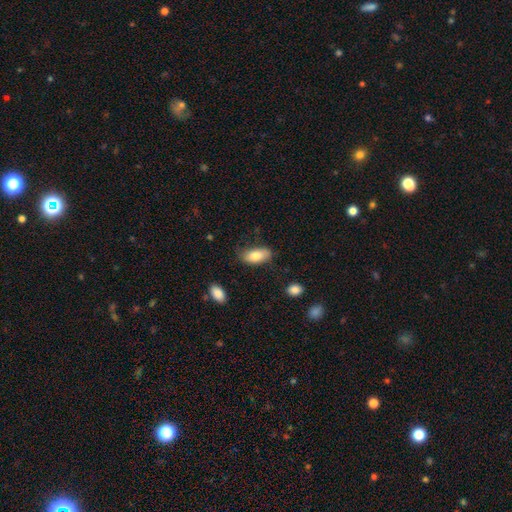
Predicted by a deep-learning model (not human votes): smooth_or_featured: smooth (p=0.81) [alt: featured or disk p=0.12]
how_rounded: in between (p=0.90) [alt: cigar-shaped p=0.07]
merging: none (p=0.69) [alt: minor disturbance p=0.24]